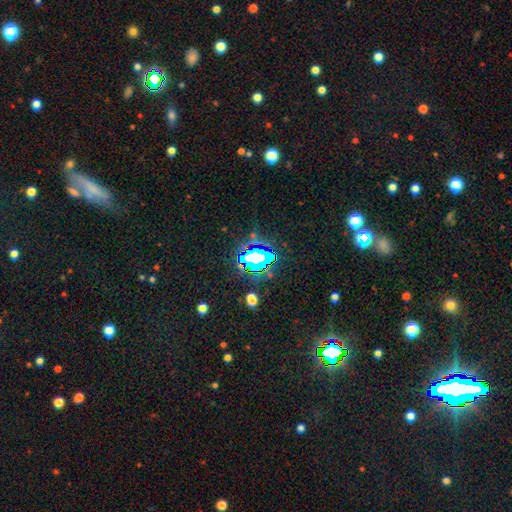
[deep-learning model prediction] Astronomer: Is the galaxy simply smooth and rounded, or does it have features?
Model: star or artifact — 65%.